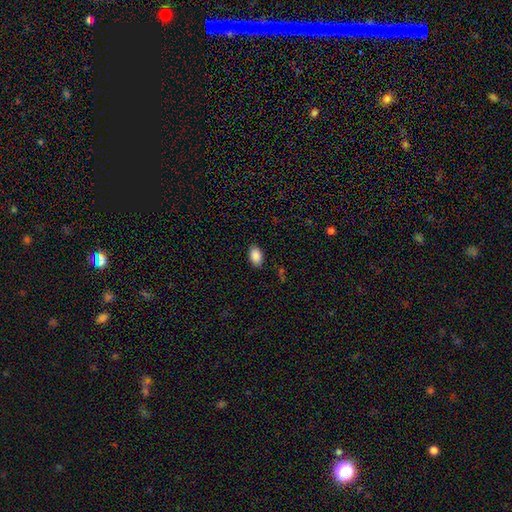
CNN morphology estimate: A smooth galaxy with no disk features (89%) that is in between round and cigar-shaped (93%).

Vote fractions:
- Smooth or featured? smooth: 89% / star or artifact: 7% / featured or disk: 3%
- How rounded? in between: 93% / round: 6% / cigar-shaped: 2%
- Merging? none: 87% / minor disturbance: 9% / major disturbance: 2% / merger: 1%